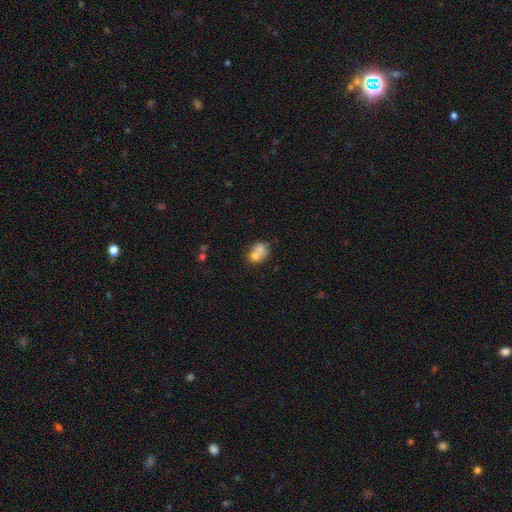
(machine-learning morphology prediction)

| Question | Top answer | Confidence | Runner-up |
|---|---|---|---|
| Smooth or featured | smooth | 69% | featured or disk (20%) |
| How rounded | in between | 50% | round (49%) |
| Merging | merger | 52% | none (30%) |